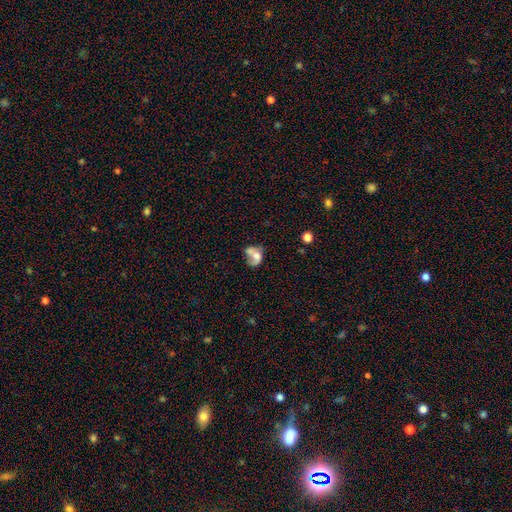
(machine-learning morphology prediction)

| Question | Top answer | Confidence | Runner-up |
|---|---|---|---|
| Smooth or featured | smooth | 49% | featured or disk (40%) |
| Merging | merger | 40% | none (22%) |